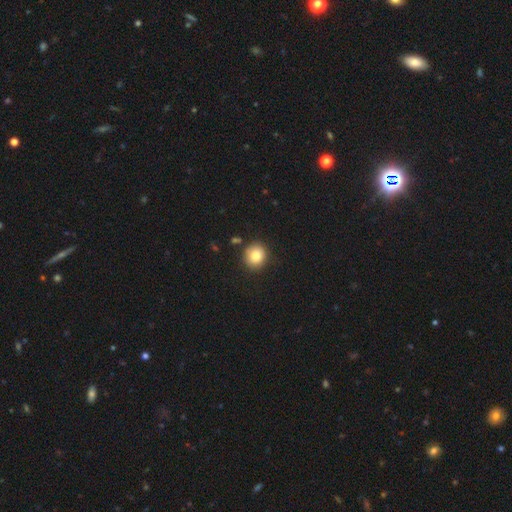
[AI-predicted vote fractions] This appears to be a smooth galaxy with no disk features (82%) that is round (77%). Merging: none (84%).